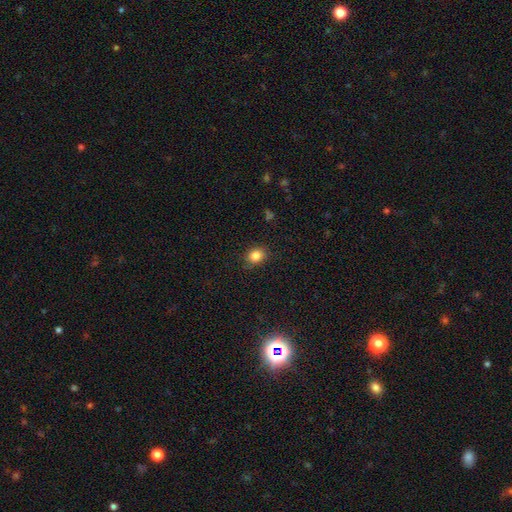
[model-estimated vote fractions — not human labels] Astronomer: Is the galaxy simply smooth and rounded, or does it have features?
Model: smooth — 84%.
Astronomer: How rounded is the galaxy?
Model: round — 53% (runner-up: in between, 46%).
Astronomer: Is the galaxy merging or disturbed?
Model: none — 83%.